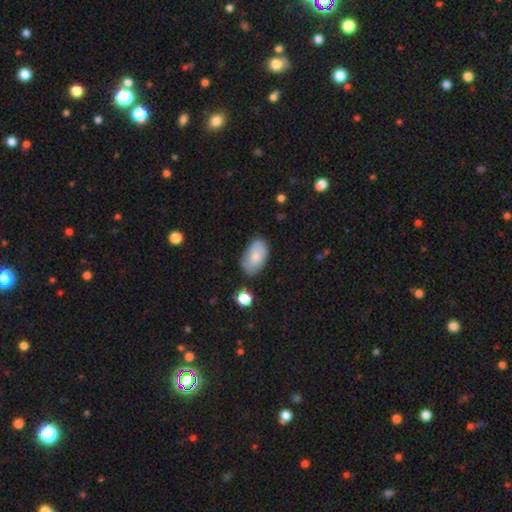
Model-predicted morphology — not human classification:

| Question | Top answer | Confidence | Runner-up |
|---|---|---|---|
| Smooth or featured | smooth | 78% | featured or disk (15%) |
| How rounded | in between | 94% | round (4%) |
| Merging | none | 70% | minor disturbance (22%) |